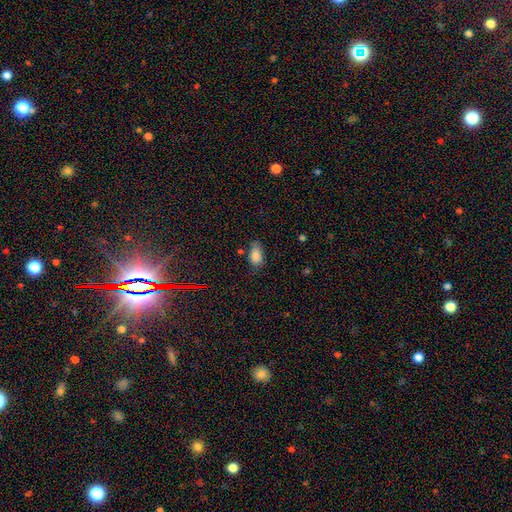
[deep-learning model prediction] This is clearly a smooth galaxy (83%). How rounded: clearly in between (90%). Merging: possibly none (58%).